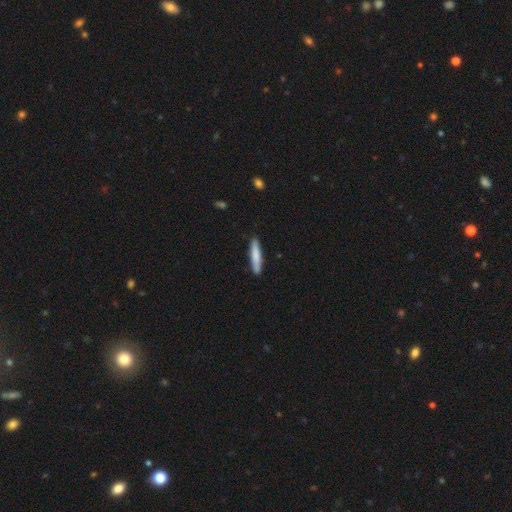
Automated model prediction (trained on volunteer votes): Overall: smooth (79%). How rounded: cigar-shaped (89%). Merging: none (88%).